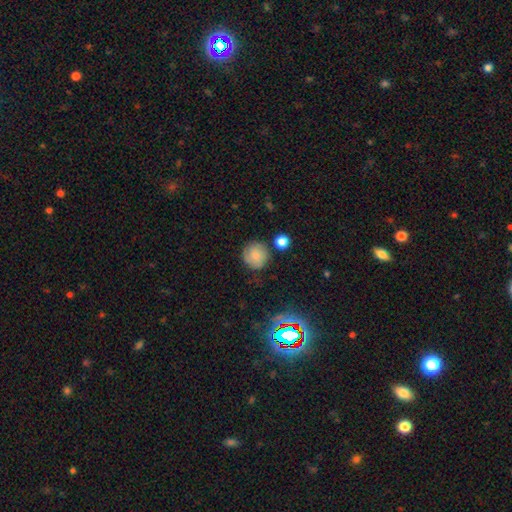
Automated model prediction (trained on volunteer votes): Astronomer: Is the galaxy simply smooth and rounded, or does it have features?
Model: smooth — 73%.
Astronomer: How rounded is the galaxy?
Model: round — 92%.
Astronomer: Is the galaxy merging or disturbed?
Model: none — 77%.